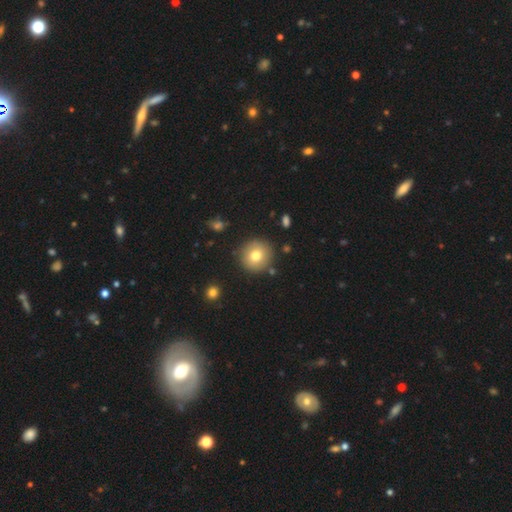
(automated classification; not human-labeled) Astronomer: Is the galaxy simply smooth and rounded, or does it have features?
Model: smooth — 76%.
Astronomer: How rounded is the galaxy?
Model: round — 94%.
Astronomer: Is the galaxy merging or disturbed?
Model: none — 88%.